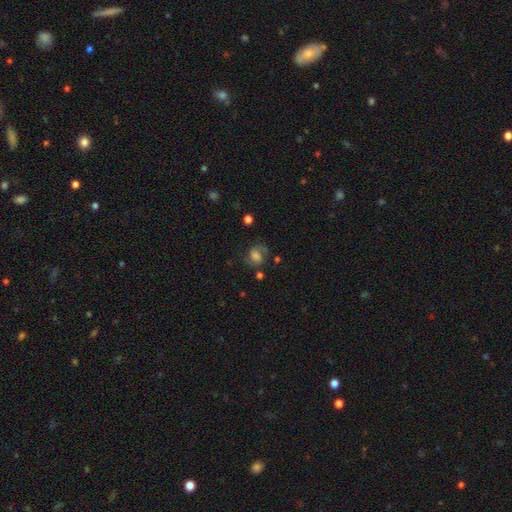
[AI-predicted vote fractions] This is marginally a smooth galaxy (45%). Merging: possibly none (55%).